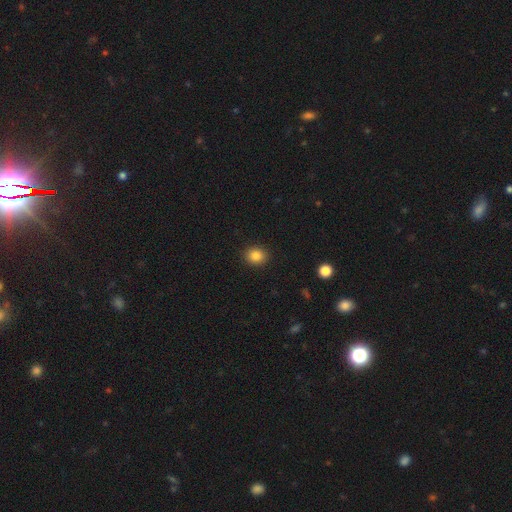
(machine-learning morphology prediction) smooth 85%, star or artifact 10%, featured or disk 5%. Down the decision tree: how rounded — round (67%); merging — none (91%).